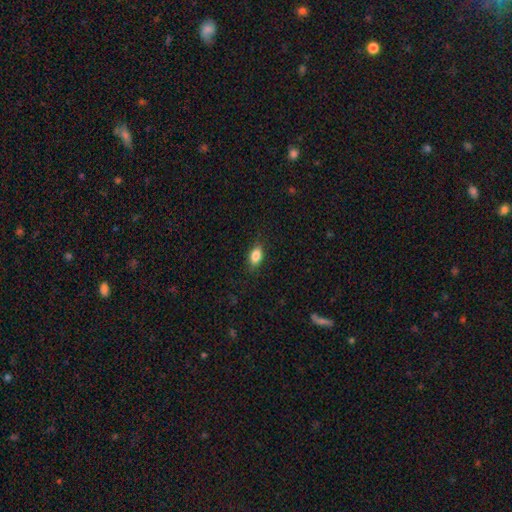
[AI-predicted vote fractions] A smooth galaxy with no disk features (84%) that is in between round and cigar-shaped (86%). Merging: none (85%).